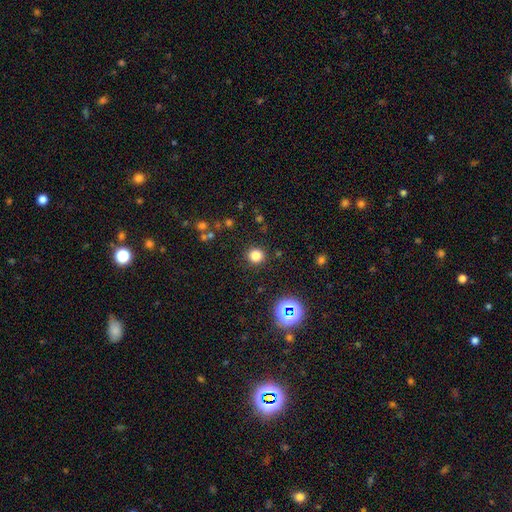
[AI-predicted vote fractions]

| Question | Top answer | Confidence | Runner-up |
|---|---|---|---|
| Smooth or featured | smooth | 79% | star or artifact (16%) |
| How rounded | round | 92% | in between (7%) |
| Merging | none | 90% | minor disturbance (6%) |